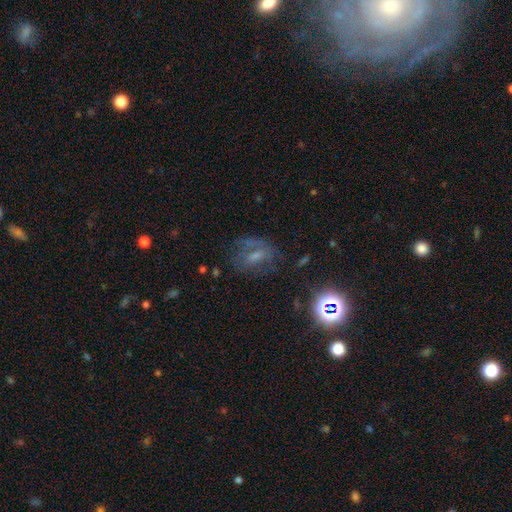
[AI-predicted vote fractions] smooth_or_featured: featured or disk (p=0.41) [alt: smooth p=0.34]
merging: none (p=0.57) [alt: minor disturbance p=0.21]